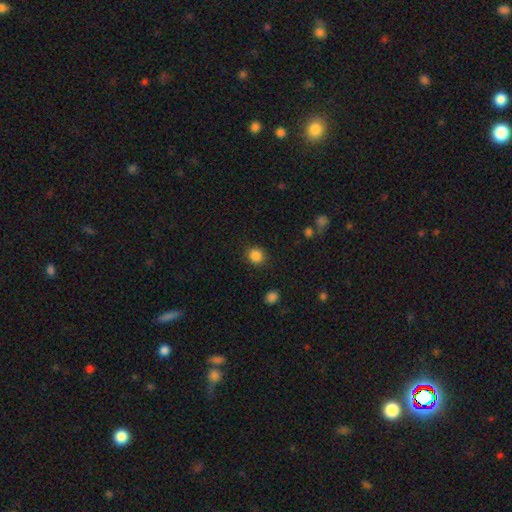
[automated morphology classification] type=smooth (86%); roundness=round (90%); merging=none (89%).